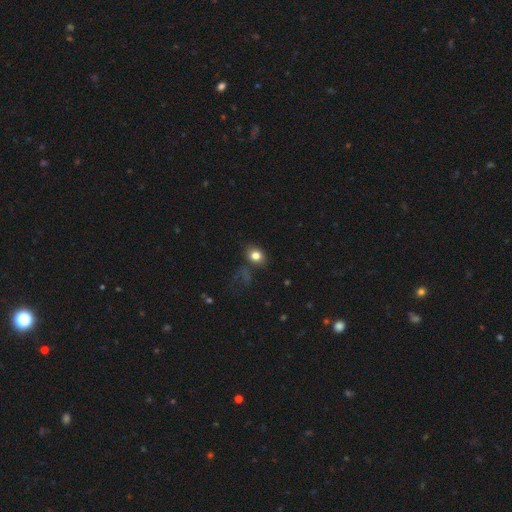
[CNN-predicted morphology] A smooth galaxy with no disk features (78%) that is round (51%).

Vote fractions:
- Smooth or featured? smooth: 78% / star or artifact: 12% / featured or disk: 10%
- How rounded? round: 51% / in between: 48% / cigar-shaped: 1%
- Merging? none: 62% / minor disturbance: 20% / major disturbance: 13% / merger: 4%